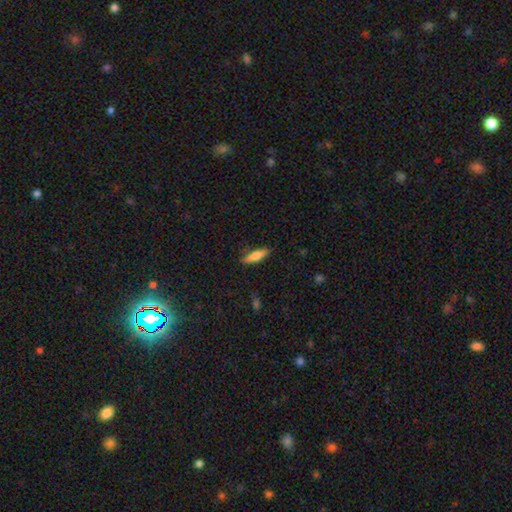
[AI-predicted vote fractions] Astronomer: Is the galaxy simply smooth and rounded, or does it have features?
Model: smooth — 64%.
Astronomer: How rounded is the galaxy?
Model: cigar-shaped — 69%.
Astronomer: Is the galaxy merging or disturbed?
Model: none — 85%.